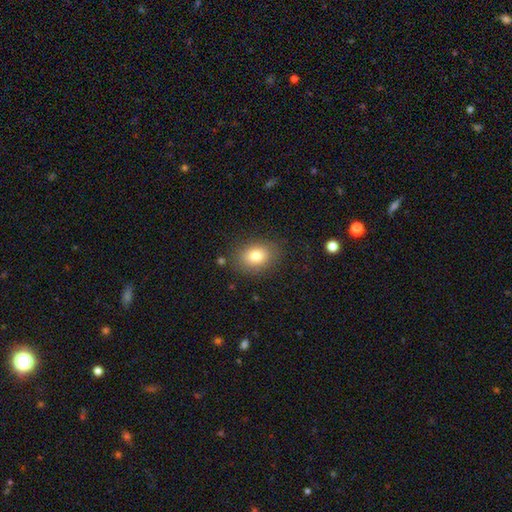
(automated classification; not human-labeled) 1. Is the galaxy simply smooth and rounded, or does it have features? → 80% smooth, 11% featured or disk, 10% star or artifact.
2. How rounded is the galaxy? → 68% in between, 31% round, 1% cigar-shaped.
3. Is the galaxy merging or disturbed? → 83% none, 12% minor disturbance, 4% major disturbance, 2% merger.